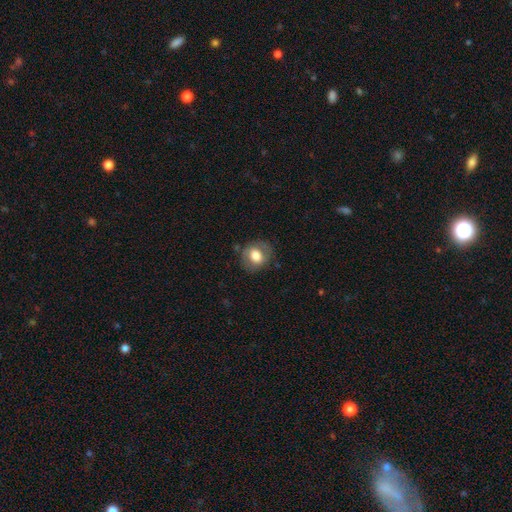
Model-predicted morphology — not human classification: A smooth galaxy with no disk features (68%) that is round (65%).

Vote fractions:
- Smooth or featured? smooth: 68% / featured or disk: 24% / star or artifact: 8%
- How rounded? round: 65% / in between: 34% / cigar-shaped: 1%
- Merging? none: 75% / minor disturbance: 16% / major disturbance: 7% / merger: 2%